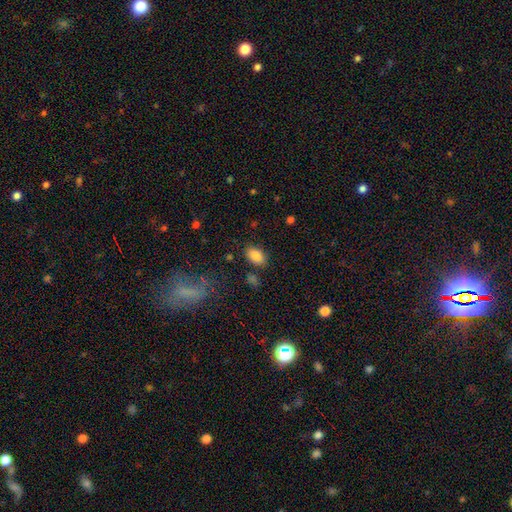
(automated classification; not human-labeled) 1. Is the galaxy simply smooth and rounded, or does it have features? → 85% smooth, 9% star or artifact, 6% featured or disk.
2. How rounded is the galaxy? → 90% in between, 9% round, 2% cigar-shaped.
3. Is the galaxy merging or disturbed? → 82% none, 11% minor disturbance, 3% major disturbance, 3% merger.